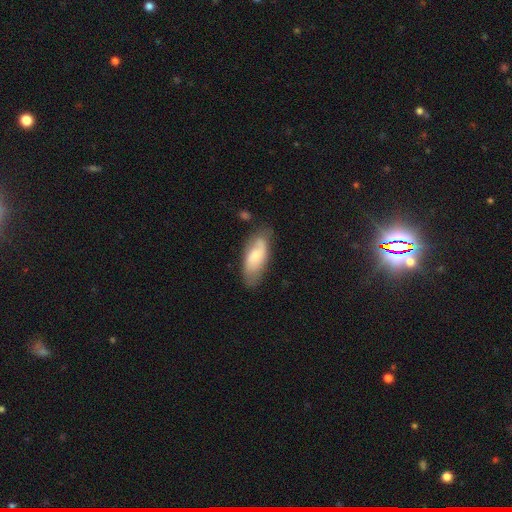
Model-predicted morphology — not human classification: type=smooth (54%); roundness=in between (83%); merging=none (68%).